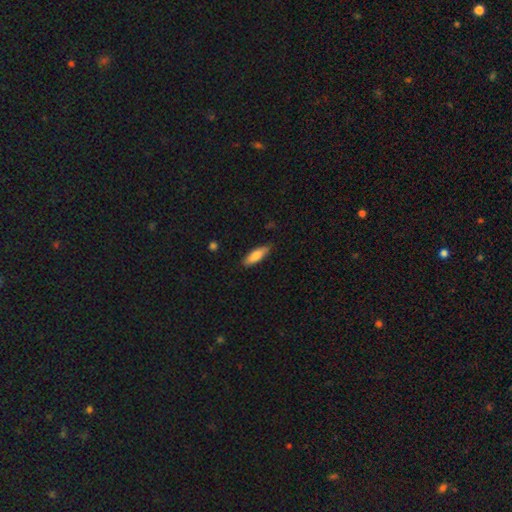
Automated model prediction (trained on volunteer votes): A smooth galaxy with no disk features (79%) that is in between round and cigar-shaped (53%).

Vote fractions:
- Smooth or featured? smooth: 79% / featured or disk: 15% / star or artifact: 6%
- How rounded? in between: 53% / cigar-shaped: 45% / round: 2%
- Merging? none: 82% / minor disturbance: 15% / major disturbance: 2% / merger: 1%